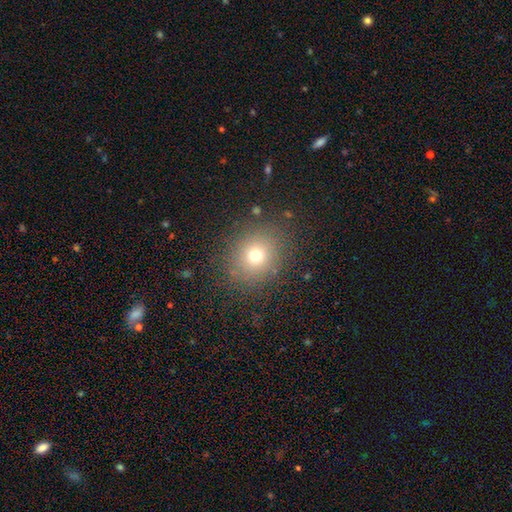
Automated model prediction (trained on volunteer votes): Overall: smooth (71%). How rounded: round (81%). Merging: none (85%).